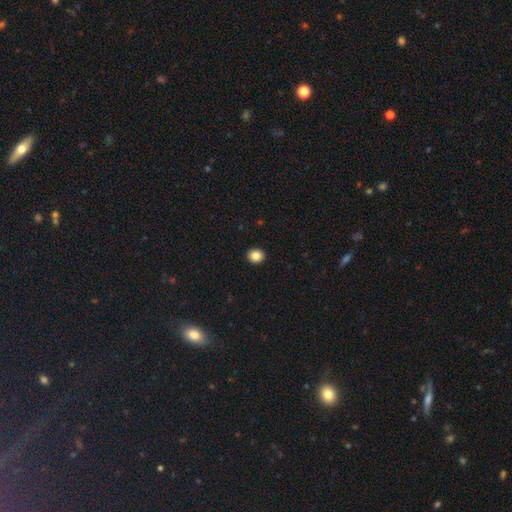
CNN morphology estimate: Q: Smooth or featured?
A: smooth (85%); runner-up: star or artifact (10%)
Q: How rounded?
A: round (70%); runner-up: in between (29%)
Q: Merging?
A: none (93%); runner-up: minor disturbance (5%)